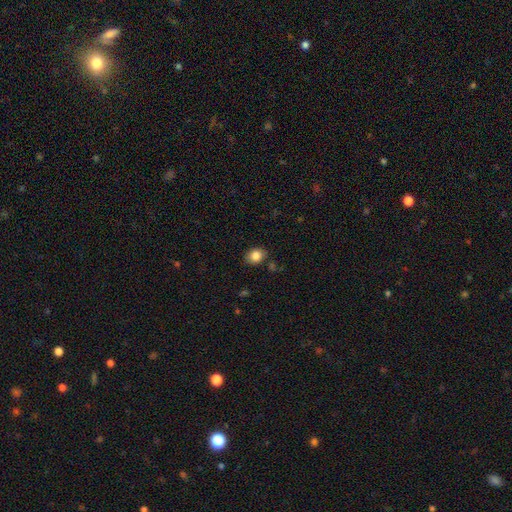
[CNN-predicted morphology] smooth-or-featured: smooth: 85% | star or artifact: 9% | featured or disk: 6%
  how-rounded: round: 51% | in between: 49% | cigar-shaped: 1%
  merging: none: 82% | minor disturbance: 12% | major disturbance: 3% | merger: 3%